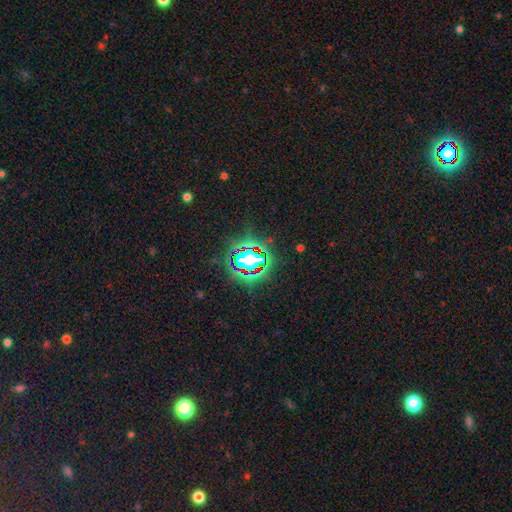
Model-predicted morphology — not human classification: A star or artifact, not a galaxy (74%).